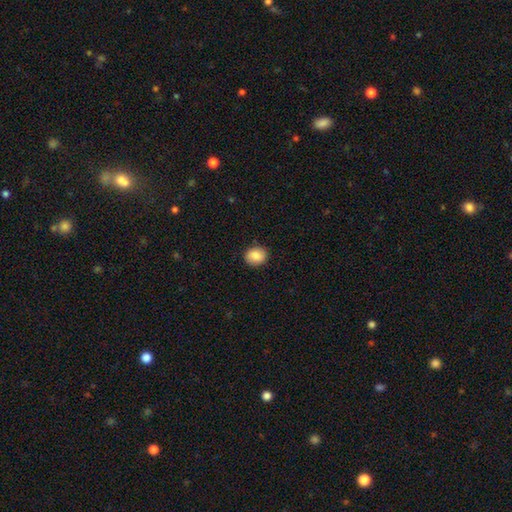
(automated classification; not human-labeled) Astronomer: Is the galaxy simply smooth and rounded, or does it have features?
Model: smooth — 87%.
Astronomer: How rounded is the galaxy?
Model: round — 64%.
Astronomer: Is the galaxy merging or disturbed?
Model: none — 89%.